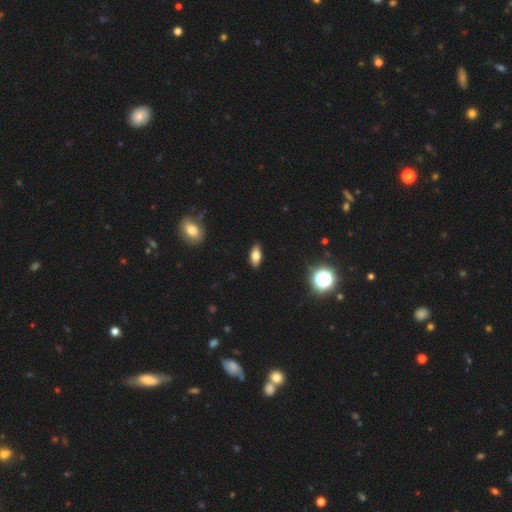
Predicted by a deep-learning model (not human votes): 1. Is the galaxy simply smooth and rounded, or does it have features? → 68% smooth, 22% featured or disk, 10% star or artifact.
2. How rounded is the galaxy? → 82% in between, 14% cigar-shaped, 4% round.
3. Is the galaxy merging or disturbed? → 88% none, 9% minor disturbance, 2% major disturbance, 1% merger.